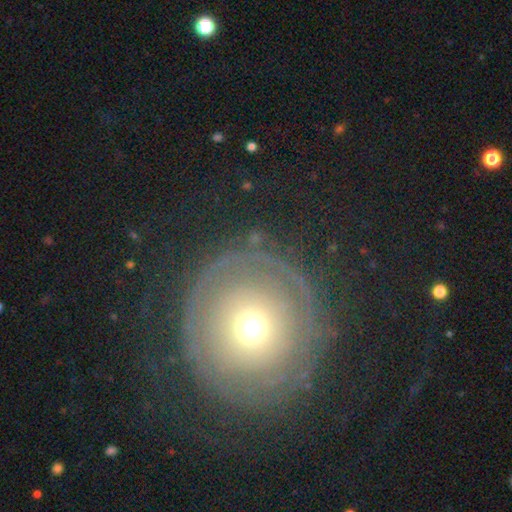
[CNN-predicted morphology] This is possibly a featured or disk galaxy (47%). Merging: likely none (76%).